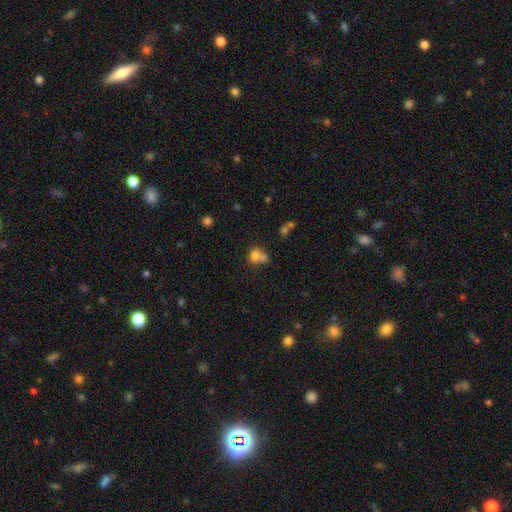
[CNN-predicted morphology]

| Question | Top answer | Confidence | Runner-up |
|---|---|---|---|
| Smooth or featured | smooth | 75% | featured or disk (13%) |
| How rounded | round | 65% | in between (34%) |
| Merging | merger | 45% | none (32%) |